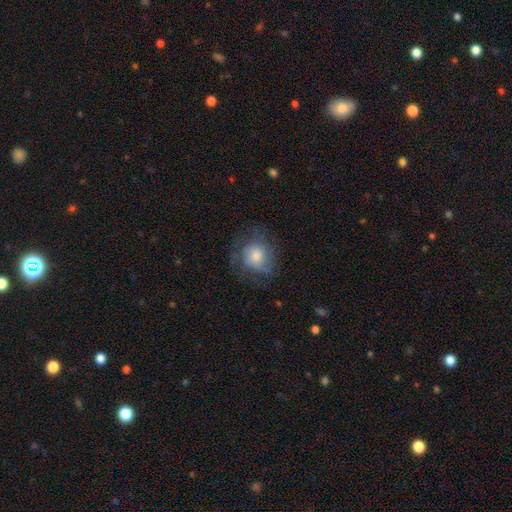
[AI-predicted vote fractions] Morphology: type=smooth (51%); roundness=round (78%); merging=none (63%).